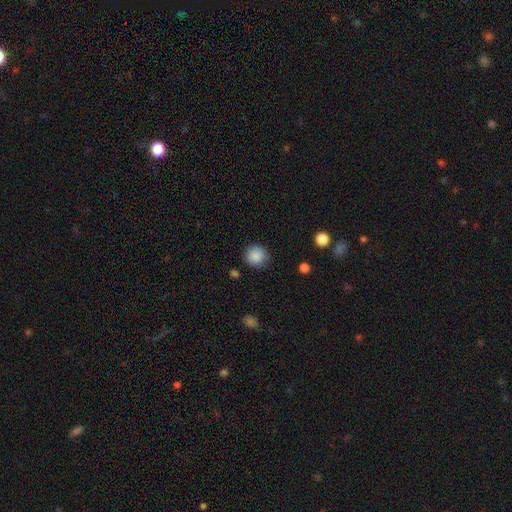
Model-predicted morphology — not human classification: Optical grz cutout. It shows a smooth galaxy with no disk features (87%) that is round (92%). Merging: none (87%).